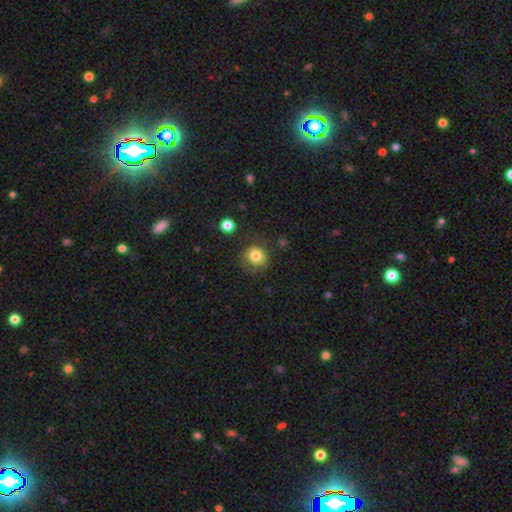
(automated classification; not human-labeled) Smooth or featured? Predicted: smooth (p=0.81). How rounded? Predicted: round (p=0.82). Merging? Predicted: none (p=0.70).